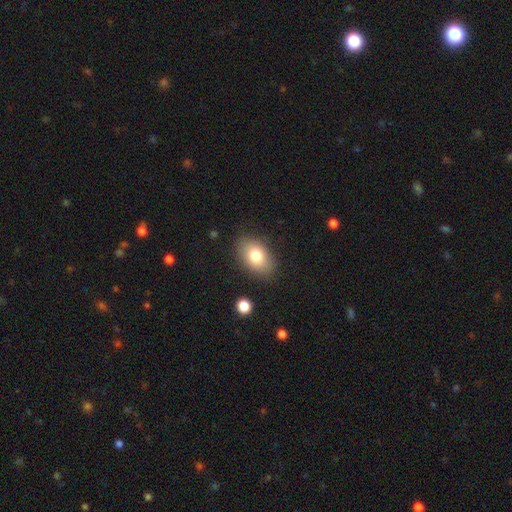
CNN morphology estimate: A smooth galaxy with no disk features (79%) that is in between round and cigar-shaped (86%).

Vote fractions:
- Smooth or featured? smooth: 79% / featured or disk: 13% / star or artifact: 8%
- How rounded? in between: 86% / round: 12% / cigar-shaped: 1%
- Merging? none: 83% / minor disturbance: 12% / major disturbance: 3% / merger: 2%